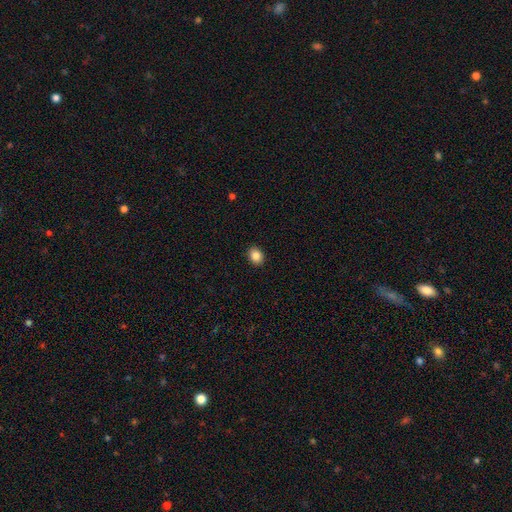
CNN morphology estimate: Smooth or featured? smooth (85%)
How rounded? in between (51%)
Merging? none (91%)